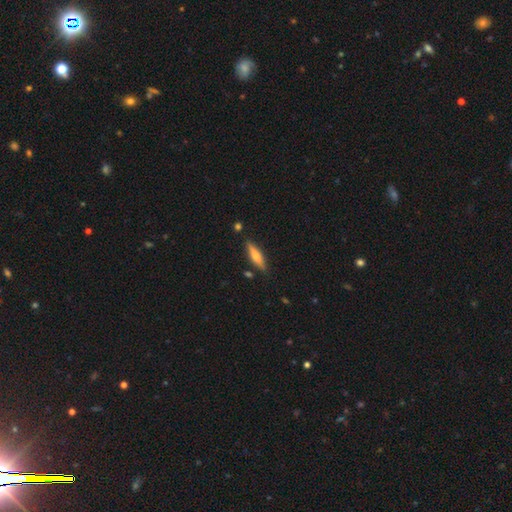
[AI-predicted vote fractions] Smooth or featured: smooth — 52% (featured or disk — 42%)
How rounded: cigar-shaped — 72% (in between — 26%)
Merging: none — 85% (minor disturbance — 10%)